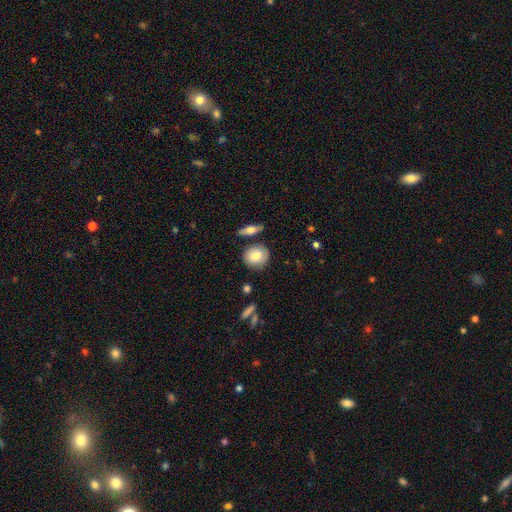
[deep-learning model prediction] This is likely a smooth galaxy (79%). How rounded: likely round (80%). Merging: likely none (76%).